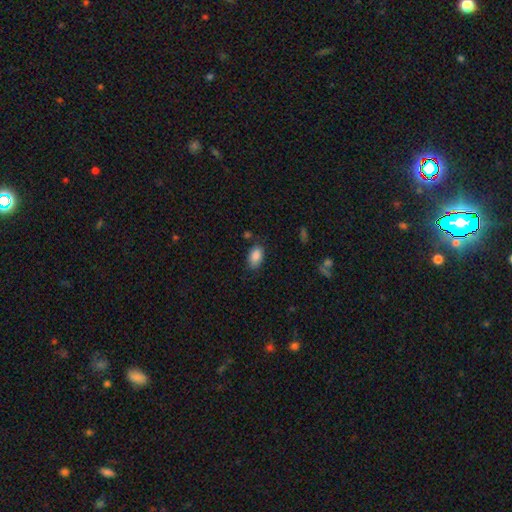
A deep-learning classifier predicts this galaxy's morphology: type=smooth (87%); roundness=in between (92%); merging=none (76%).